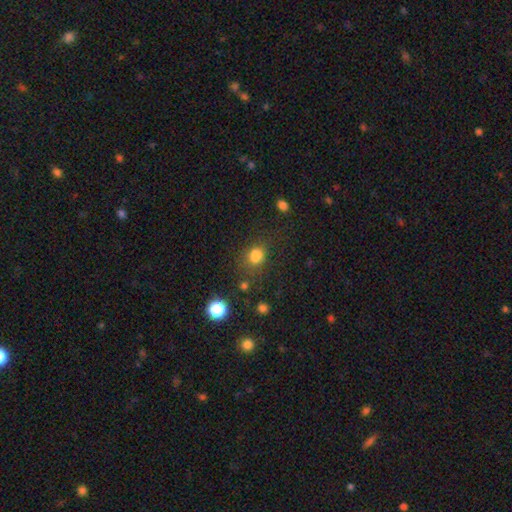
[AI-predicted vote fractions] This is clearly a smooth galaxy (80%). How rounded: likely round (64%). Merging: likely none (66%).